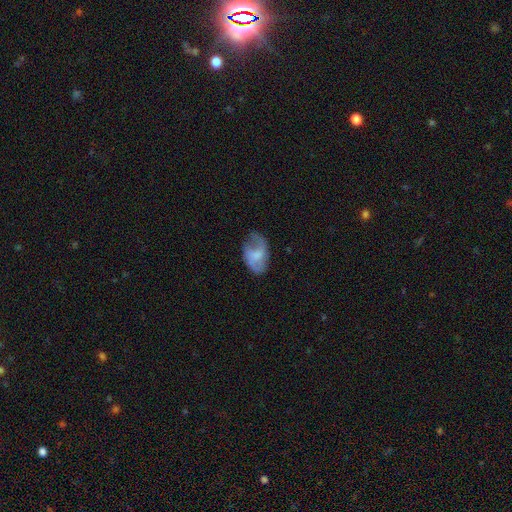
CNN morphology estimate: Q: Smooth or featured?
A: featured or disk (51%); runner-up: smooth (41%)
Q: Edge-on disk?
A: no (96%); runner-up: yes (4%)
Q: Merging?
A: none (54%); runner-up: minor disturbance (27%)